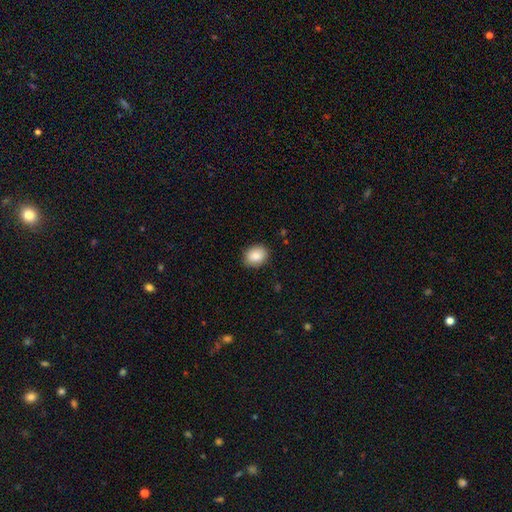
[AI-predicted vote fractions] This is clearly a smooth galaxy (87%). How rounded: possibly in between (57%). Merging: clearly none (86%).